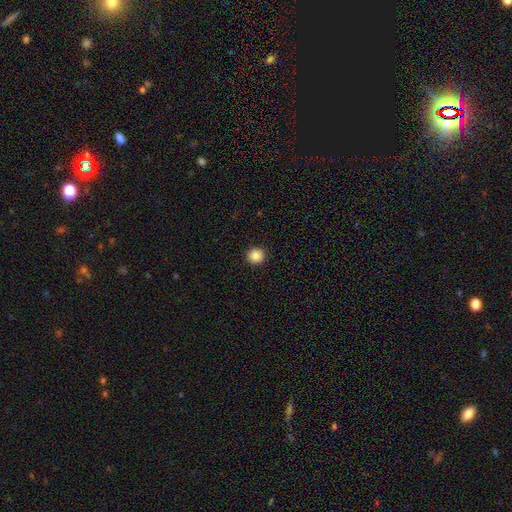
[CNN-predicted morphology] A smooth galaxy with no disk features (88%) that is round (95%).

Vote fractions:
- Smooth or featured? smooth: 88% / star or artifact: 10% / featured or disk: 3%
- How rounded? round: 95% / in between: 4% / cigar-shaped: 1%
- Merging? none: 93% / minor disturbance: 4% / major disturbance: 2% / merger: 1%